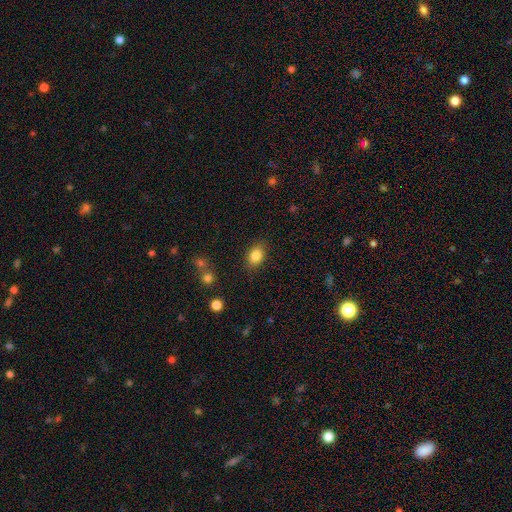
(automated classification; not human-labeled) smooth 84%, star or artifact 9%, featured or disk 7%. Down the decision tree: how rounded — in between (74%); merging — none (83%).